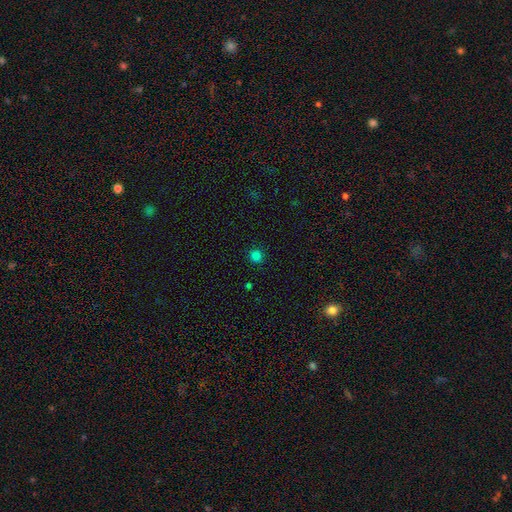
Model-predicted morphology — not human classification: Smooth or featured?
  - smooth: 80% *
  - star or artifact: 17%
  - featured or disk: 3%
How rounded?
  - round: 90% *
  - in between: 9%
  - cigar-shaped: 1%
Merging?
  - none: 90% *
  - minor disturbance: 7%
  - major disturbance: 2%
  - merger: 1%